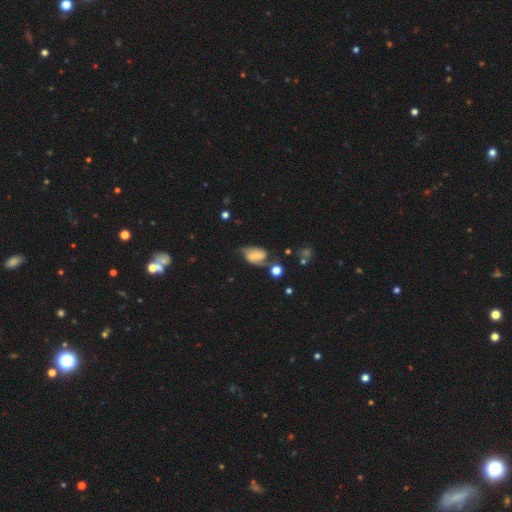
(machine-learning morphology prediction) A featured or disk galaxy (54%) with no bar (46%), spiral arms (84%) and a small central bulge (53%). Merging: none (45%).